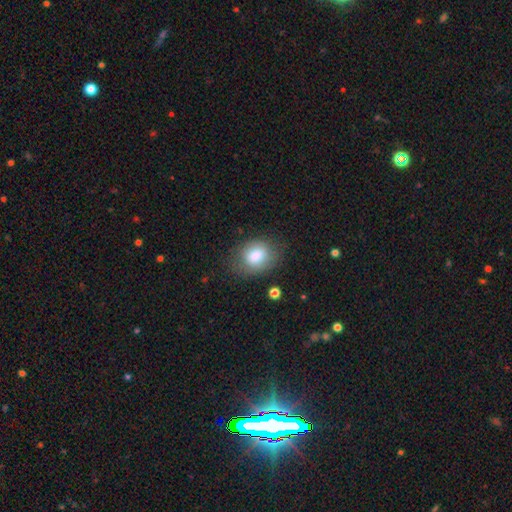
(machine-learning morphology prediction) smooth_or_featured: smooth (p=0.82) [alt: featured or disk p=0.10]
how_rounded: in between (p=0.64) [alt: round p=0.35]
merging: none (p=0.71) [alt: minor disturbance p=0.20]